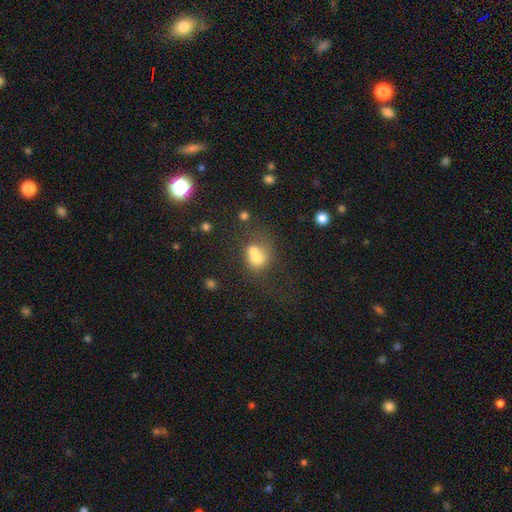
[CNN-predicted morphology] The model was most divided on "how rounded": round: 64%, in between: 35%, cigar-shaped: 1%. More confident: smooth or featured — smooth (64%); merging — merger (64%).